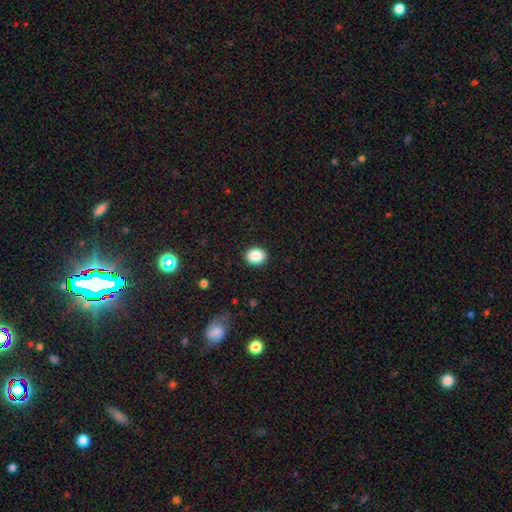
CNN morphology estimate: Overall: smooth (87%). How rounded: round (54%; in between 45%). Merging: none (90%).